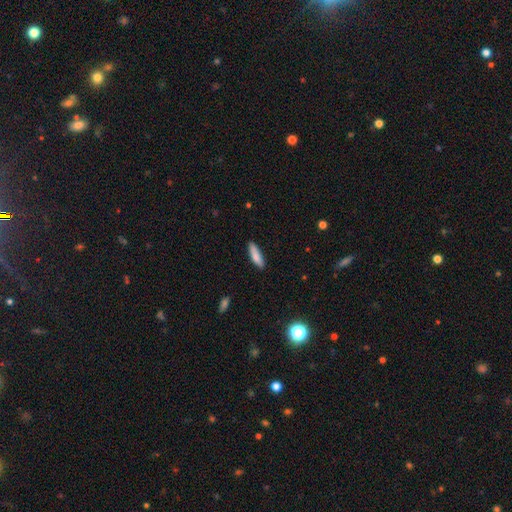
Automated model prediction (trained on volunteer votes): Overall: smooth (84%). How rounded: cigar-shaped (67%; in between 32%). Merging: none (85%).